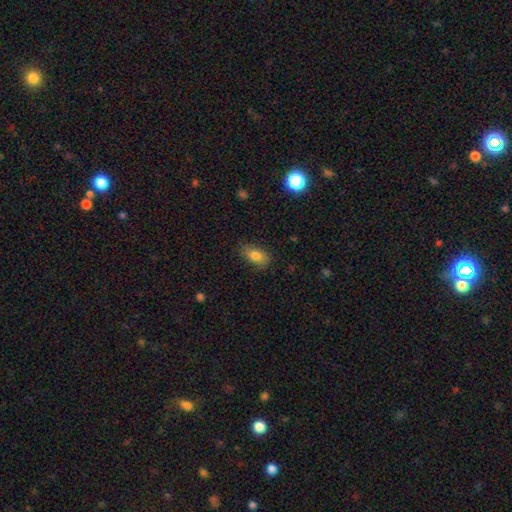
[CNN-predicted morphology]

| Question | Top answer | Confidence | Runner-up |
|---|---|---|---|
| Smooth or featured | smooth | 81% | featured or disk (11%) |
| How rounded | in between | 88% | round (7%) |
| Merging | none | 81% | minor disturbance (15%) |